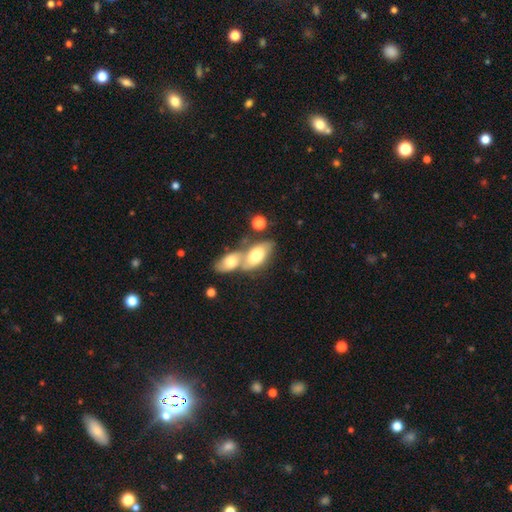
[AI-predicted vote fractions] Smooth or featured? smooth (68%)
How rounded? in between (89%)
Merging? merger (63%)